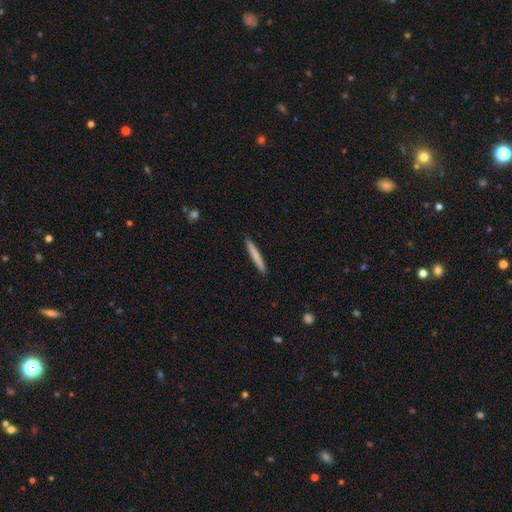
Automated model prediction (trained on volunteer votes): Morphology: type=smooth (76%); roundness=cigar-shaped (96%); merging=none (92%).